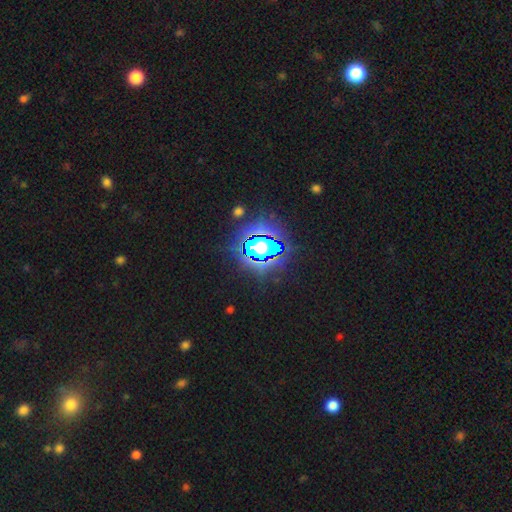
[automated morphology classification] A star or artifact, not a galaxy (83%).

Vote fractions:
- Smooth or featured? star or artifact: 83% / smooth: 10% / featured or disk: 6%